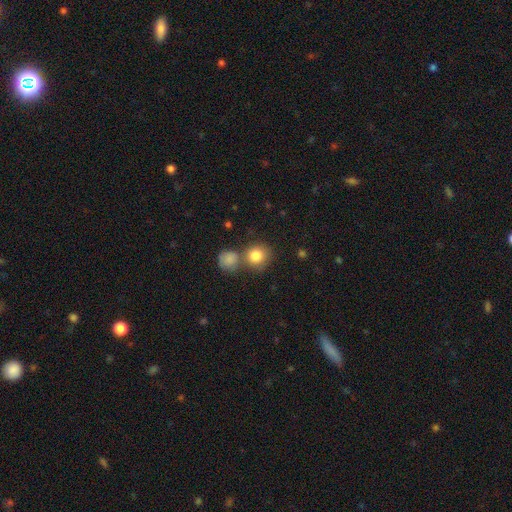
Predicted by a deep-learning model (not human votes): A smooth galaxy with no disk features (84%) that is round (83%).

Vote fractions:
- Smooth or featured? smooth: 84% / star or artifact: 9% / featured or disk: 7%
- How rounded? round: 83% / in between: 16% / cigar-shaped: 1%
- Merging? none: 56% / merger: 30% / minor disturbance: 10% / major disturbance: 4%